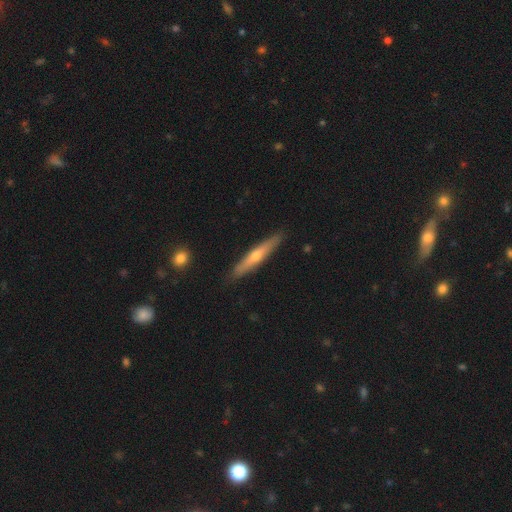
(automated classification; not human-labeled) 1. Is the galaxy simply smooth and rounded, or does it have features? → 54% featured or disk, 40% smooth, 6% star or artifact.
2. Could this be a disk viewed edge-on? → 93% yes, 7% no.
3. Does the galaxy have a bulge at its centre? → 80% rounded, 17% none, 2% boxy.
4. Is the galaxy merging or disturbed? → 89% none, 8% minor disturbance, 2% major disturbance, 1% merger.